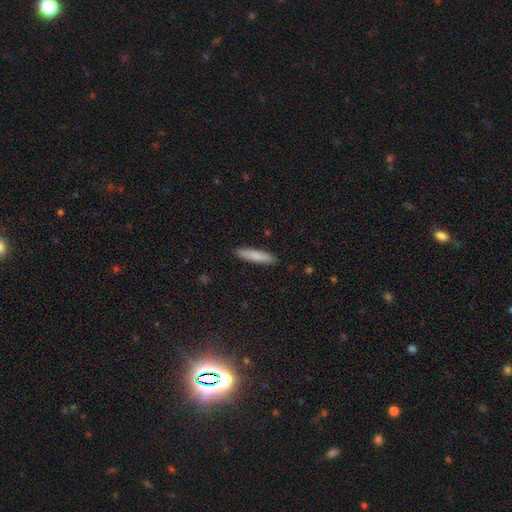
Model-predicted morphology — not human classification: A smooth galaxy with no disk features (83%) that is cigar-shaped (84%). Merging: none (90%).